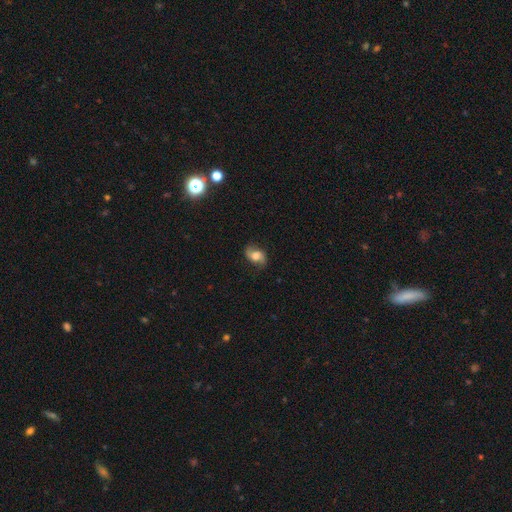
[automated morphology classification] Smooth or featured? featured or disk (54%)
Edge-on disk? no (95%)
Bar? no (60%)
Spiral arms? yes (89%)
Bulge size? moderate (48%)
Merging? none (75%)